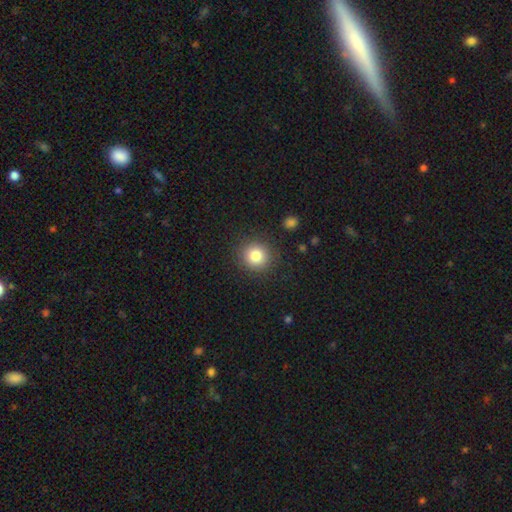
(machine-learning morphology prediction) The model was most divided on "smooth or featured": smooth: 83%, star or artifact: 11%, featured or disk: 7%. More confident: how rounded — round (90%); merging — none (88%).